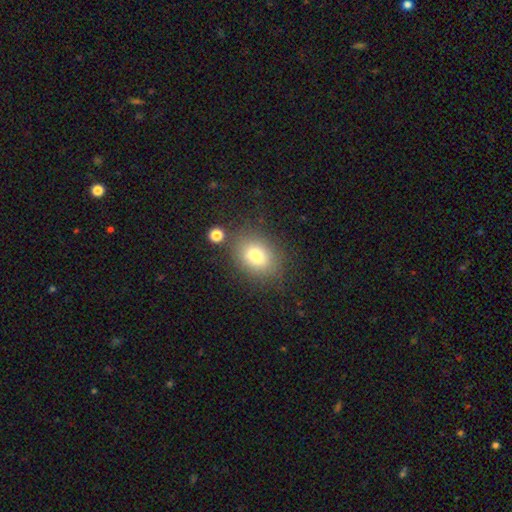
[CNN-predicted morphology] The model was most divided on "how rounded": in between: 62%, round: 37%, cigar-shaped: 1%. More confident: smooth or featured — smooth (78%); merging — none (76%).